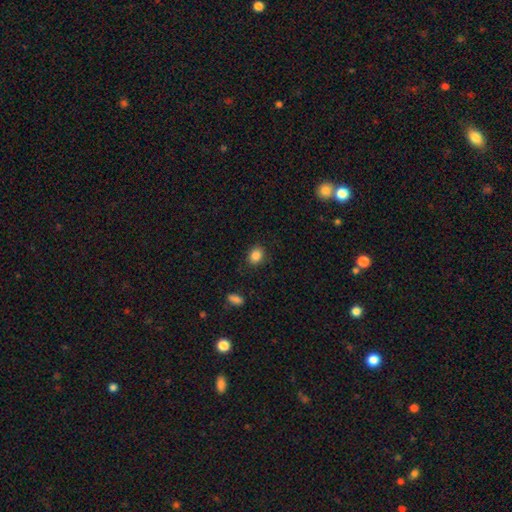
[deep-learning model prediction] This is clearly a smooth galaxy (86%). How rounded: possibly round (54%). Merging: clearly none (86%).